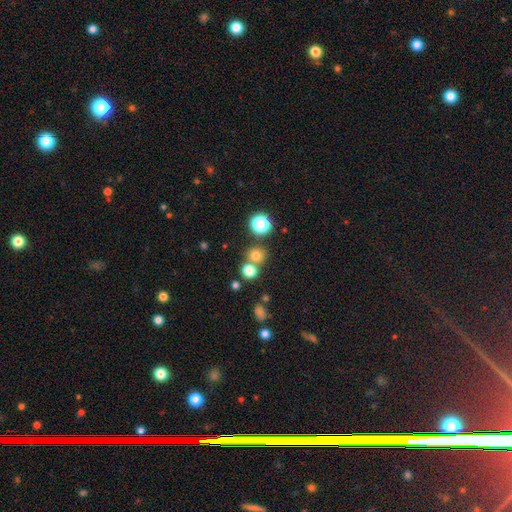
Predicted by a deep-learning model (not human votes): Morphology: type=smooth (73%); roundness=round (87%); merging=none (66%).